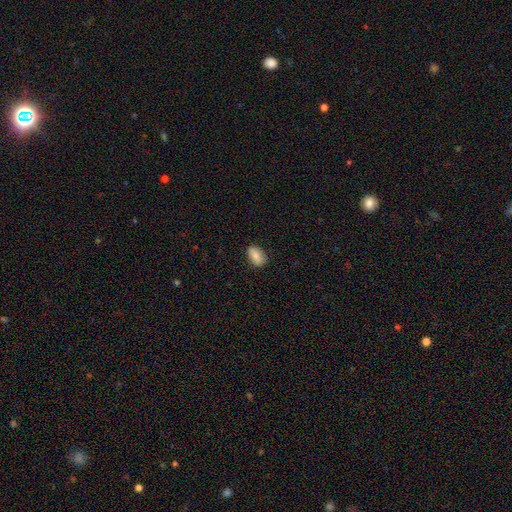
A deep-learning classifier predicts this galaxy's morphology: The model was most divided on "smooth or featured": smooth: 80%, featured or disk: 13%, star or artifact: 7%. More confident: how rounded — in between (88%); merging — none (83%).